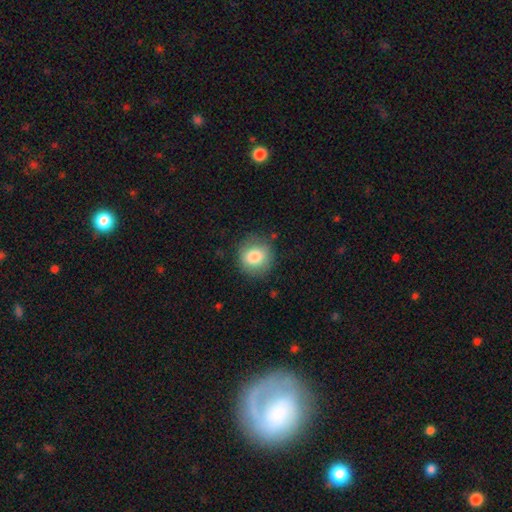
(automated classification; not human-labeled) Overall: smooth (83%). How rounded: round (88%). Merging: none (83%).